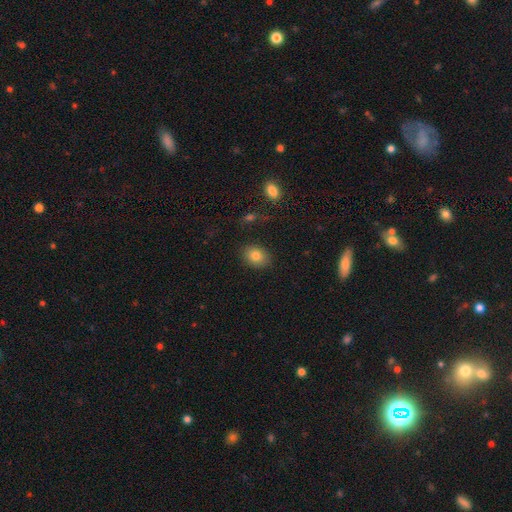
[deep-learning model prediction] Smooth or featured? smooth (82%)
How rounded? in between (56%)
Merging? none (85%)